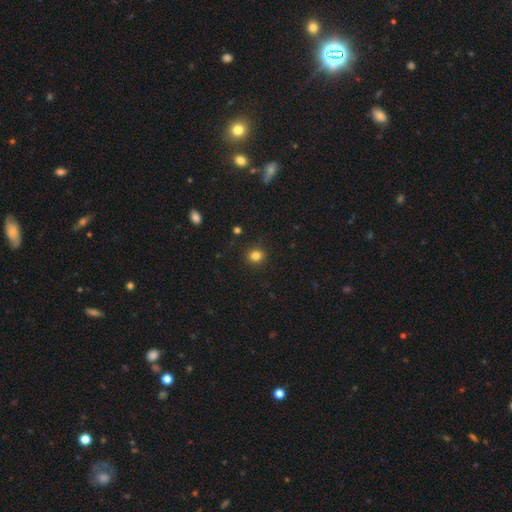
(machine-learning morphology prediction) This is clearly a smooth galaxy (82%). How rounded: likely round (78%). Merging: clearly none (90%).